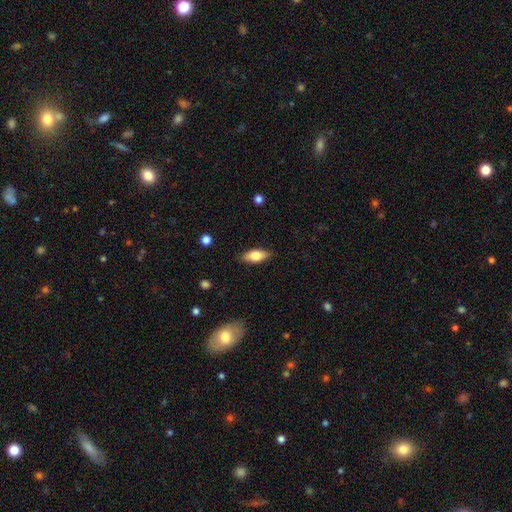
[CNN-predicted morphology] Smooth or featured?
  - smooth: 71% *
  - featured or disk: 23%
  - star or artifact: 7%
How rounded?
  - in between: 80% *
  - cigar-shaped: 17%
  - round: 3%
Merging?
  - none: 85% *
  - minor disturbance: 11%
  - major disturbance: 2%
  - merger: 1%